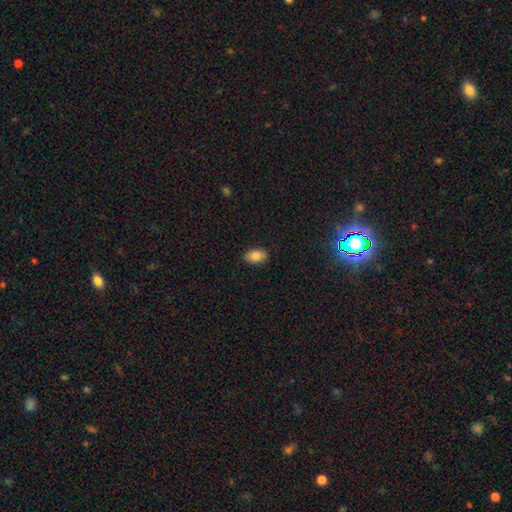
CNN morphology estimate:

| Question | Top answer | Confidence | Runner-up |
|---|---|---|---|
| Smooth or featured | smooth | 83% | featured or disk (9%) |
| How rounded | in between | 89% | round (10%) |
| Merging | none | 89% | minor disturbance (8%) |